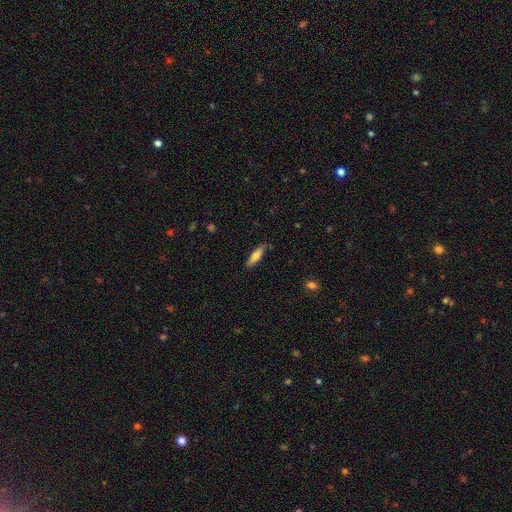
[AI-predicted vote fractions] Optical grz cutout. It shows a smooth galaxy with no disk features (70%) that is cigar-shaped (70%). Merging: none (85%).